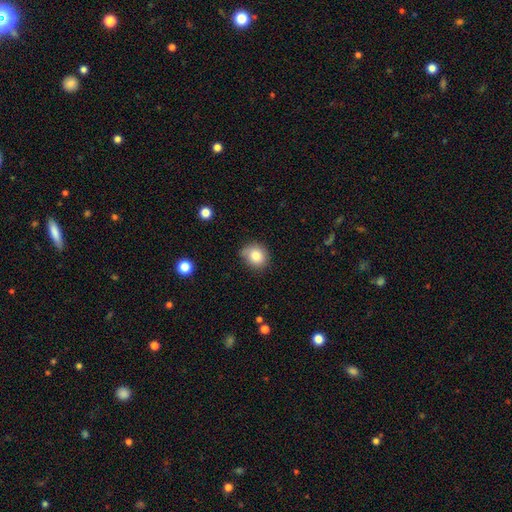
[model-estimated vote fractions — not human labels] smooth 82%, star or artifact 10%, featured or disk 8%. Down the decision tree: how rounded — round (73%); merging — none (72%).